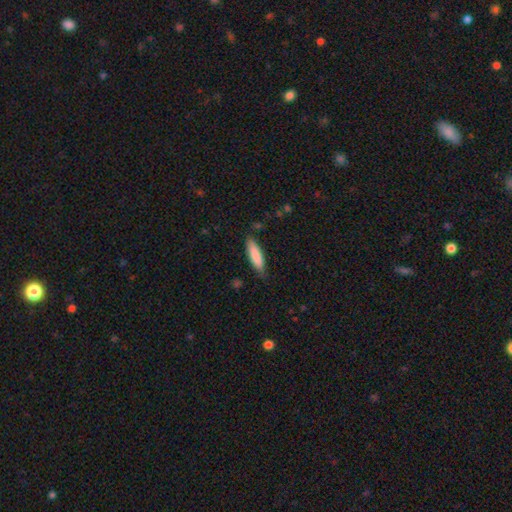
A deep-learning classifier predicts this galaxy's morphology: Smooth or featured? smooth (85%)
How rounded? cigar-shaped (65%)
Merging? none (80%)